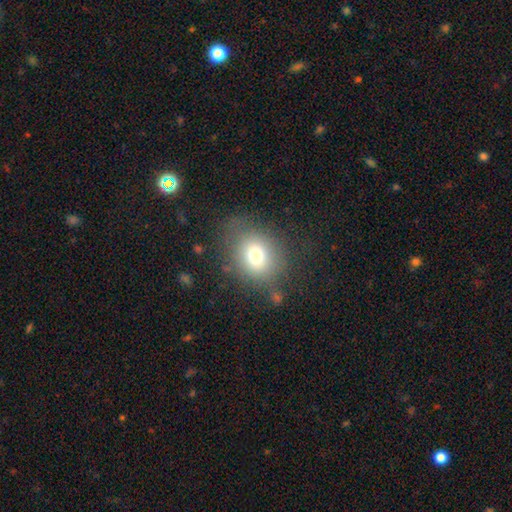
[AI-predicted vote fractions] smooth-or-featured: smooth: 72% | star or artifact: 14% | featured or disk: 14%
  how-rounded: round: 71% | in between: 28% | cigar-shaped: 1%
  merging: none: 69% | minor disturbance: 17% | major disturbance: 11% | merger: 3%